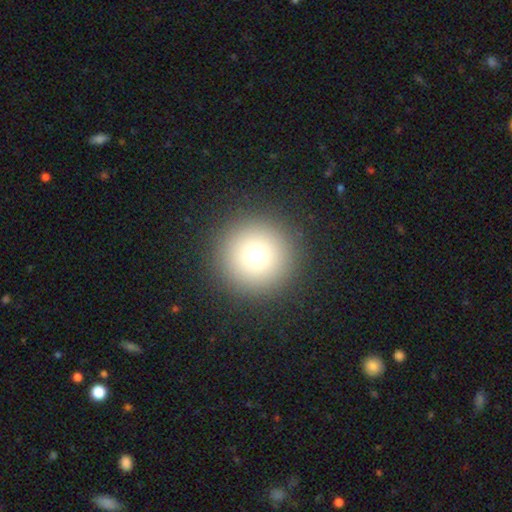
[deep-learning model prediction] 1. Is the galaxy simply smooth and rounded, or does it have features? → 73% smooth, 16% star or artifact, 11% featured or disk.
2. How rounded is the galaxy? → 96% round, 3% in between, 1% cigar-shaped.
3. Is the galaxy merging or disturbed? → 92% none, 5% minor disturbance, 3% major disturbance, 1% merger.